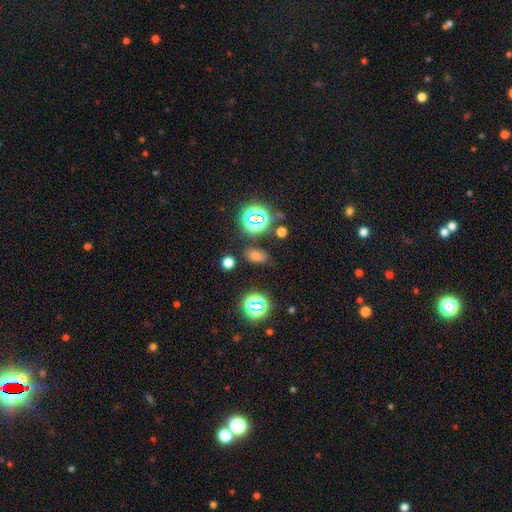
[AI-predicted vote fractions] This is possibly a smooth galaxy (53%). How rounded: likely in between (76%). Merging: likely none (80%).